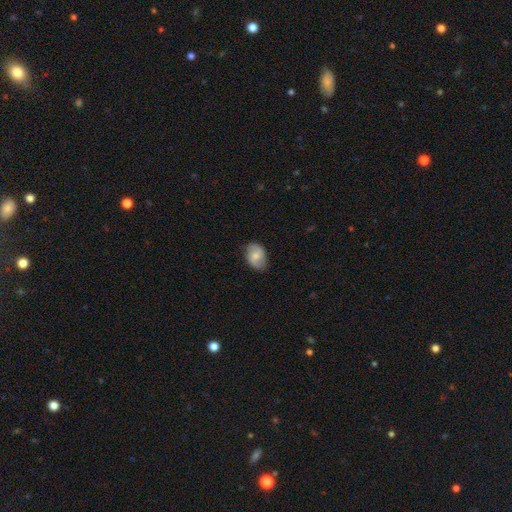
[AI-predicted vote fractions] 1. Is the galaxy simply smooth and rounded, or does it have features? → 62% smooth, 32% featured or disk, 7% star or artifact.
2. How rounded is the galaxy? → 80% in between, 19% round, 1% cigar-shaped.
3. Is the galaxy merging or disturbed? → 77% none, 19% minor disturbance, 4% major disturbance, 1% merger.